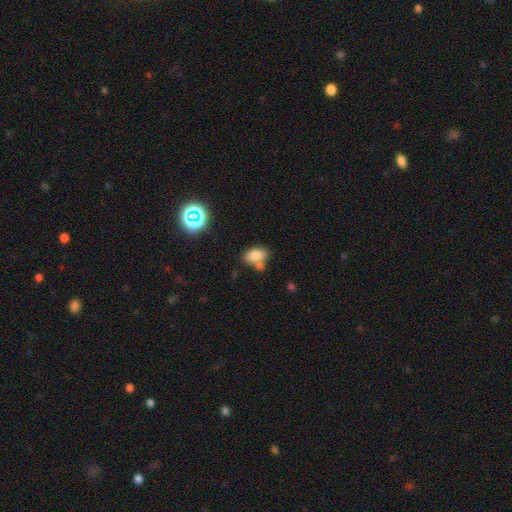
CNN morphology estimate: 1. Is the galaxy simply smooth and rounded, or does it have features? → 78% smooth, 12% star or artifact, 10% featured or disk.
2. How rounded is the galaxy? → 85% in between, 12% round, 2% cigar-shaped.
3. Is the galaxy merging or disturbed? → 46% none, 31% merger, 17% minor disturbance, 6% major disturbance.